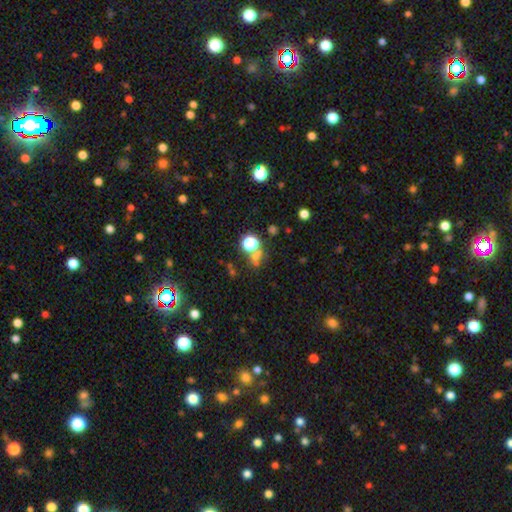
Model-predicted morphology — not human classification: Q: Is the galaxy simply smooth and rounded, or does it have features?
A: star or artifact — 46%.